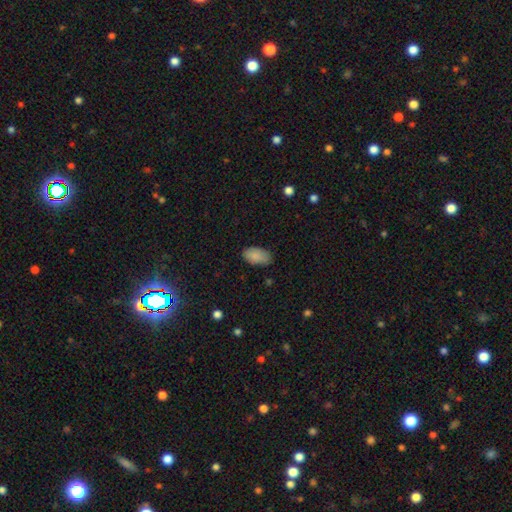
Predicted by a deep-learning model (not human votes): Smooth or featured? smooth (88%)
How rounded? in between (94%)
Merging? none (81%)